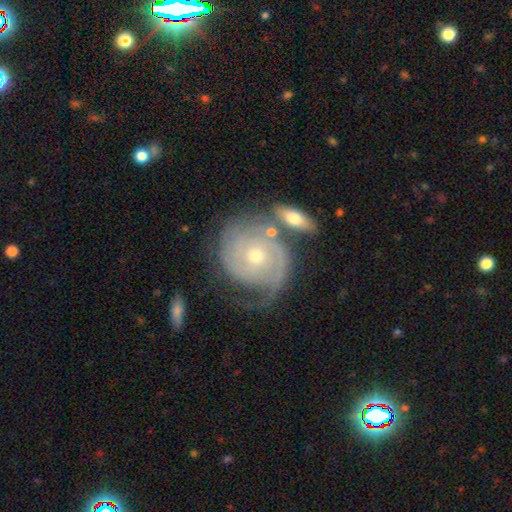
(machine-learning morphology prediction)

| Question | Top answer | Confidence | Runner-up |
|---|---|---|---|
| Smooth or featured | featured or disk | 84% | smooth (11%) |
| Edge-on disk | no | 96% | yes (4%) |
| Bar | no | 77% | weak (19%) |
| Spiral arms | yes | 95% | no (5%) |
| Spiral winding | tight | 69% | medium (23%) |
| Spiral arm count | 2 | 40% | can't tell (27%) |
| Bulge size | small | 50% | moderate (47%) |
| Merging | none | 53% | minor disturbance (20%) |